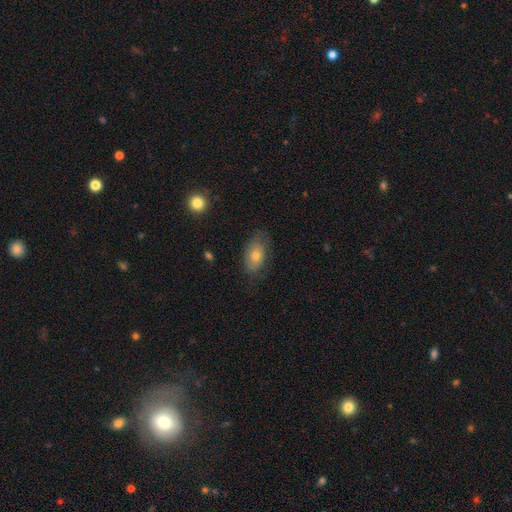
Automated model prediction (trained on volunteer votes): Q: Smooth or featured?
A: smooth (63%); runner-up: featured or disk (27%)
Q: How rounded?
A: in between (89%); runner-up: round (8%)
Q: Merging?
A: none (70%); runner-up: minor disturbance (21%)